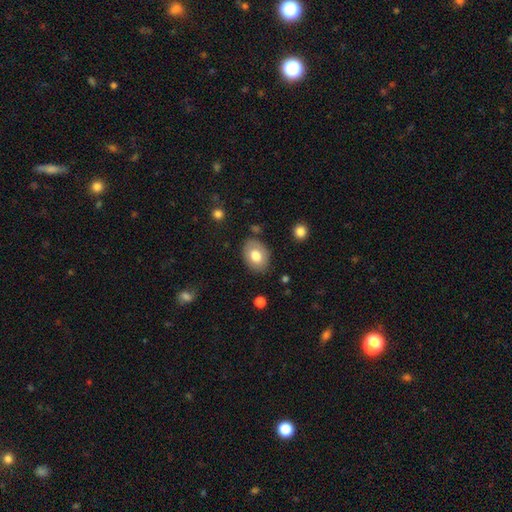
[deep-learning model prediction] A smooth galaxy with no disk features (74%) that is in between round and cigar-shaped (74%).

Vote fractions:
- Smooth or featured? smooth: 74% / featured or disk: 19% / star or artifact: 7%
- How rounded? in between: 74% / round: 25% / cigar-shaped: 1%
- Merging? none: 82% / minor disturbance: 13% / major disturbance: 3% / merger: 2%